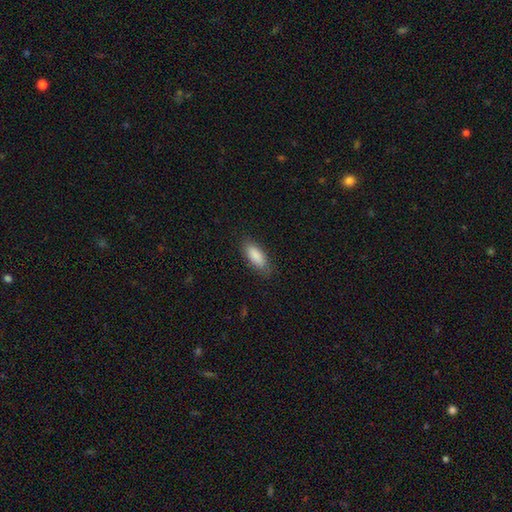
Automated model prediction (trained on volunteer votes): The model was most divided on "how rounded": in between: 80%, cigar-shaped: 18%, round: 2%. More confident: smooth or featured — smooth (88%); merging — none (81%).